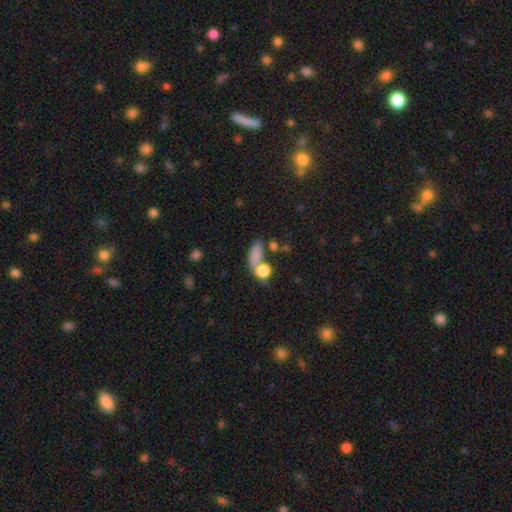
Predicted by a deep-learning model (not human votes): Smooth or featured?
  - smooth: 79% *
  - star or artifact: 11%
  - featured or disk: 10%
How rounded?
  - in between: 63% *
  - round: 20%
  - cigar-shaped: 17%
Merging?
  - none: 44% *
  - merger: 32%
  - minor disturbance: 13%
  - major disturbance: 10%